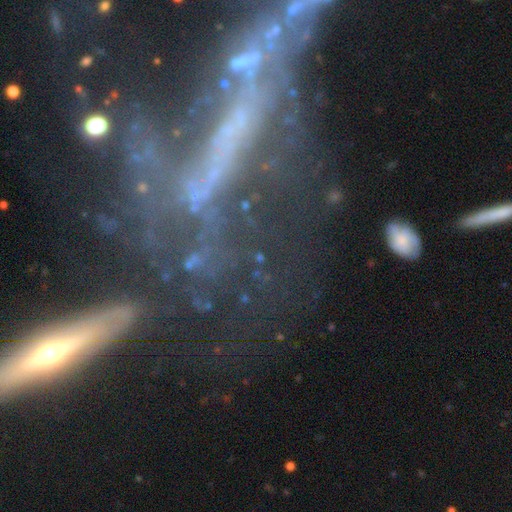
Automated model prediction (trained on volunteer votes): smooth_or_featured: featured or disk (p=0.63) [alt: star or artifact p=0.20]
disk_edge_on: no (p=0.59) [alt: yes p=0.41]
merging: none (p=0.42) [alt: major disturbance p=0.26]